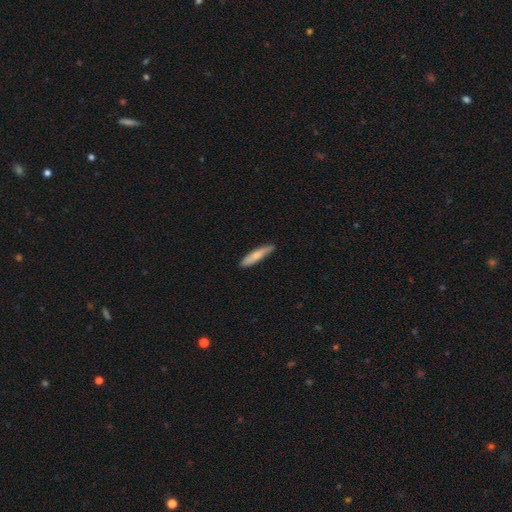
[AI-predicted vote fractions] Q: Smooth or featured?
A: smooth (73%); runner-up: featured or disk (22%)
Q: How rounded?
A: cigar-shaped (85%); runner-up: in between (14%)
Q: Merging?
A: none (84%); runner-up: minor disturbance (13%)